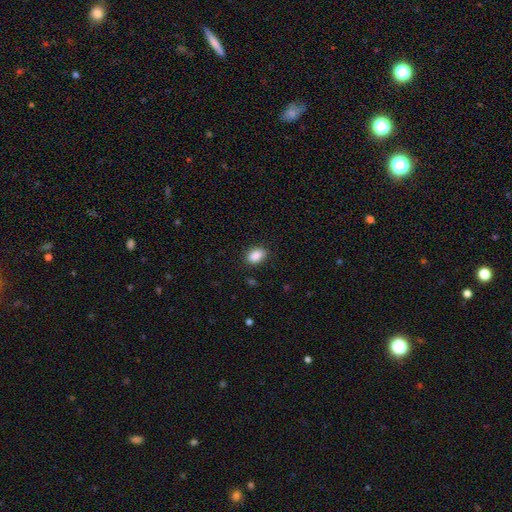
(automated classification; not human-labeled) Smooth or featured?
  - smooth: 89% *
  - star or artifact: 8%
  - featured or disk: 3%
How rounded?
  - in between: 83% *
  - round: 16%
  - cigar-shaped: 1%
Merging?
  - none: 86% *
  - minor disturbance: 11%
  - major disturbance: 3%
  - merger: 1%